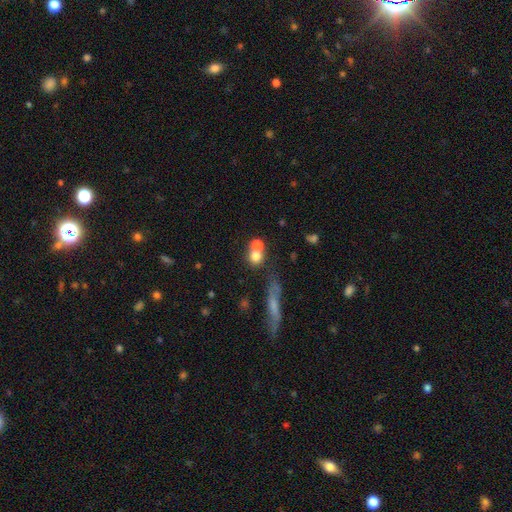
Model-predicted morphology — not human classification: A smooth galaxy with no disk features (72%) that is round (82%).

Vote fractions:
- Smooth or featured? smooth: 72% / featured or disk: 15% / star or artifact: 13%
- How rounded? round: 82% / in between: 15% / cigar-shaped: 4%
- Merging? none: 45% / merger: 42% / minor disturbance: 8% / major disturbance: 5%